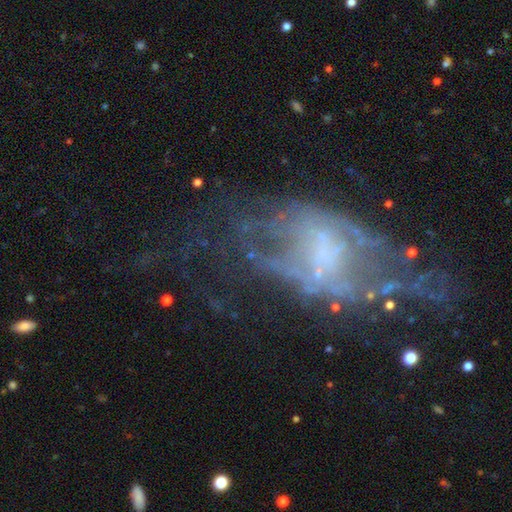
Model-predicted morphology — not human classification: Smooth or featured: featured or disk — 66% (smooth — 19%)
Edge-on disk: no — 91% (yes — 9%)
Bar: no — 68% (weak — 23%)
Spiral arms: no — 62% (yes — 38%)
Bulge size: none — 47% (small — 24%)
Merging: major disturbance — 37% (tied with none — 37%)